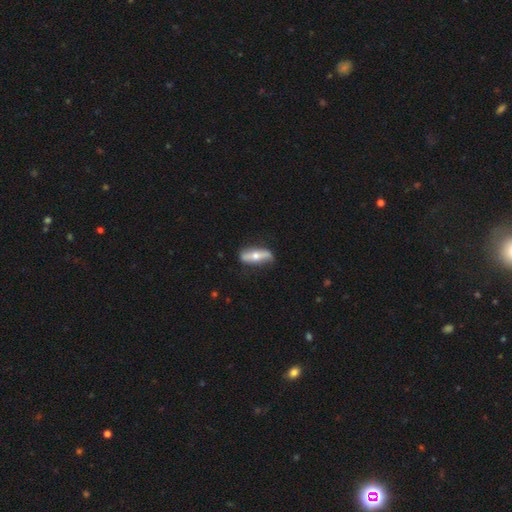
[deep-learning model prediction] smooth_or_featured: featured or disk (p=0.59) [alt: smooth p=0.35]
disk_edge_on: yes (p=0.50) [tied with: no p=0.50]
merging: none (p=0.77) [alt: minor disturbance p=0.18]